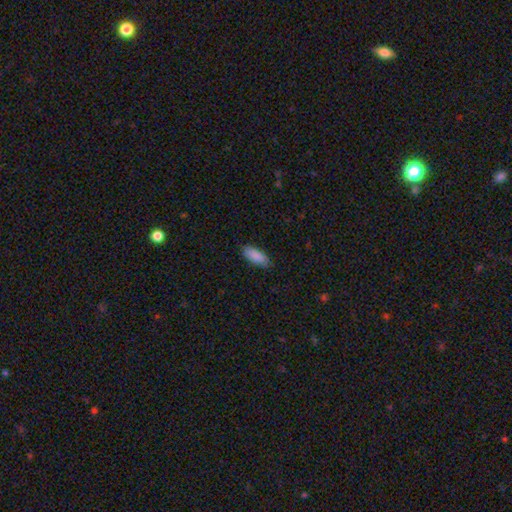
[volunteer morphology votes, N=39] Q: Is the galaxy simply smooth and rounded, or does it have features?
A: smooth — 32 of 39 (82%).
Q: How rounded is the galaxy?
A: in between — 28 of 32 (88%).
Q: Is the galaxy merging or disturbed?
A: none — 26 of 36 (72%).